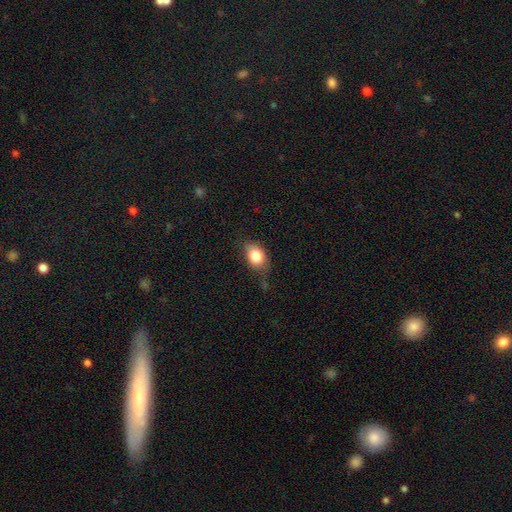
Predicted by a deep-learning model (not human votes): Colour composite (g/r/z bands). It shows a smooth galaxy with no disk features (83%) that is in between round and cigar-shaped (75%). Merging: none (55%).